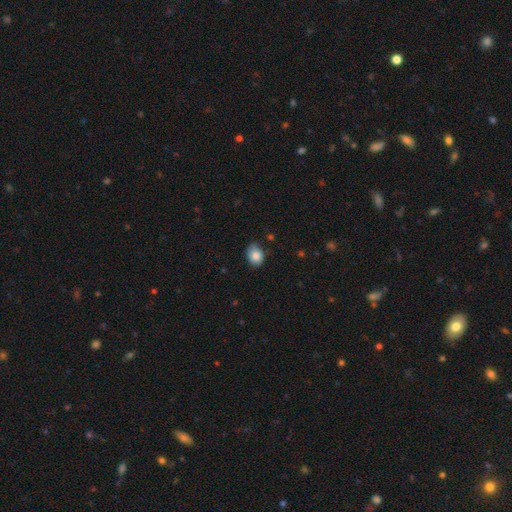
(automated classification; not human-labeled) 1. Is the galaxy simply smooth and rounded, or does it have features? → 83% smooth, 8% featured or disk, 8% star or artifact.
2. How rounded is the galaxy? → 62% in between, 37% round, 1% cigar-shaped.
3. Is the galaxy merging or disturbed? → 71% none, 24% minor disturbance, 4% major disturbance, 1% merger.